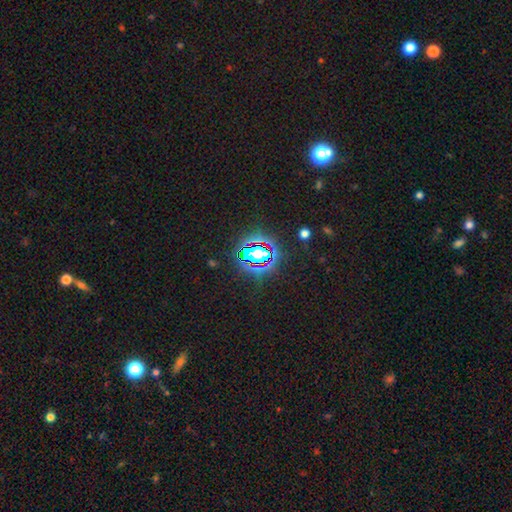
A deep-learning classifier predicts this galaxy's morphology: This appears to be a star or artifact, not a galaxy (71%).